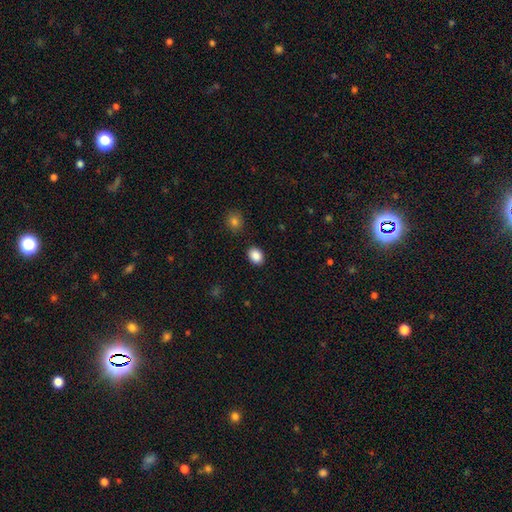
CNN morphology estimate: Smooth or featured?
  - smooth: 89% *
  - star or artifact: 8%
  - featured or disk: 3%
How rounded?
  - in between: 68% *
  - round: 32%
  - cigar-shaped: 1%
Merging?
  - none: 88% *
  - minor disturbance: 8%
  - major disturbance: 2%
  - merger: 2%